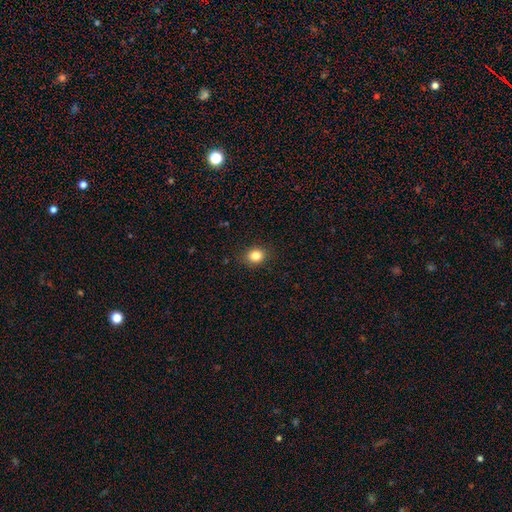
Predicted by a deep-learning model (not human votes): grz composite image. It shows a smooth galaxy with no disk features (84%) that is round (66%). Merging: none (88%).